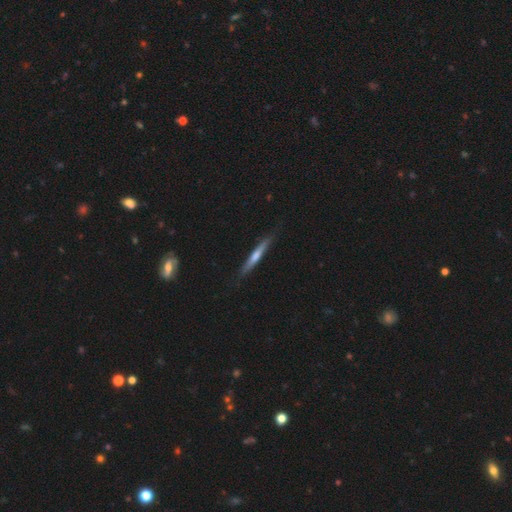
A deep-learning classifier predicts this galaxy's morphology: Smooth or featured?
  - featured or disk: 52% *
  - smooth: 42%
  - star or artifact: 5%
Edge-on disk?
  - yes: 95% *
  - no: 5%
Merging?
  - none: 84% *
  - minor disturbance: 12%
  - major disturbance: 2%
  - merger: 1%